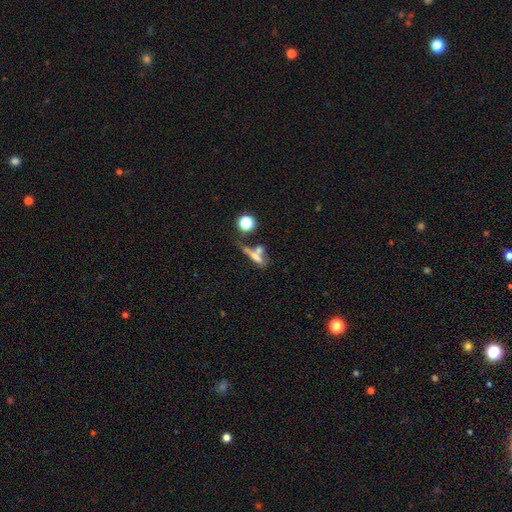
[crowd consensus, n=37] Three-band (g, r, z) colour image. It shows a smooth galaxy with no disk features (51%) that is cigar-shaped (74%). Merging: none (54%).